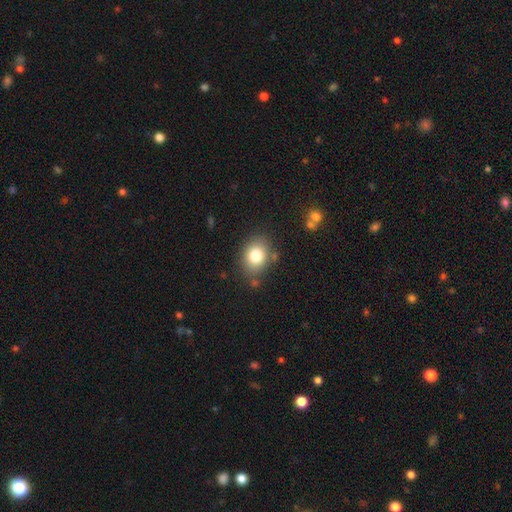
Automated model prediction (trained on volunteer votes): Smooth or featured?
  - smooth: 80% *
  - featured or disk: 10%
  - star or artifact: 10%
How rounded?
  - in between: 56% *
  - round: 43%
  - cigar-shaped: 1%
Merging?
  - none: 78% *
  - minor disturbance: 13%
  - merger: 4%
  - major disturbance: 4%